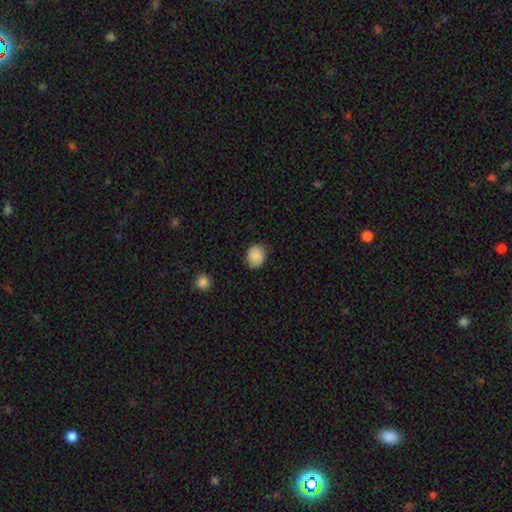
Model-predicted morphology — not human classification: Smooth or featured?
  - smooth: 87% *
  - star or artifact: 8%
  - featured or disk: 5%
How rounded?
  - round: 61% *
  - in between: 38%
  - cigar-shaped: 1%
Merging?
  - none: 83% *
  - minor disturbance: 13%
  - major disturbance: 3%
  - merger: 1%